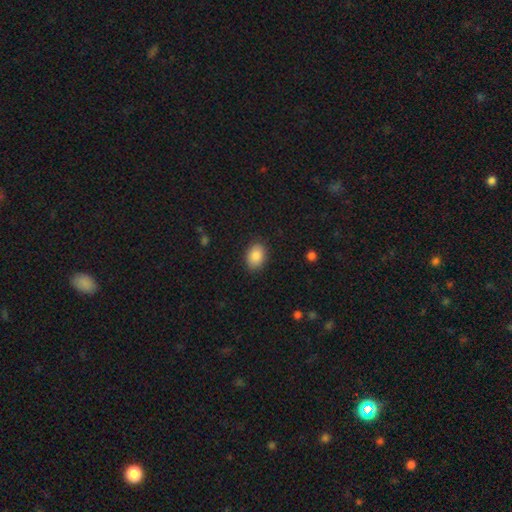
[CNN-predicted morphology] type=smooth (87%); roundness=in between (78%); merging=none (86%).